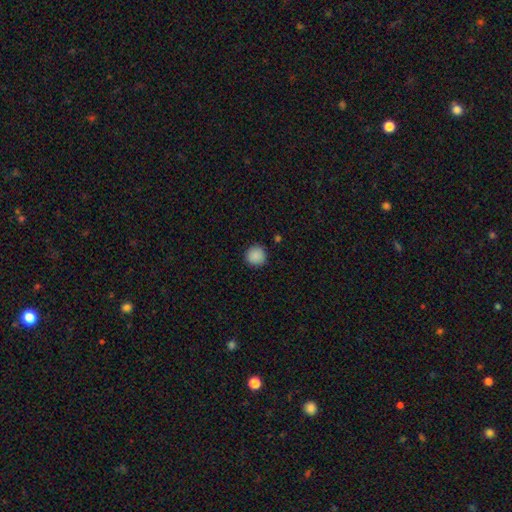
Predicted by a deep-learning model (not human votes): Smooth or featured?
  - smooth: 88% *
  - star or artifact: 9%
  - featured or disk: 3%
How rounded?
  - round: 95% *
  - in between: 4%
  - cigar-shaped: 1%
Merging?
  - none: 91% *
  - minor disturbance: 6%
  - major disturbance: 2%
  - merger: 1%